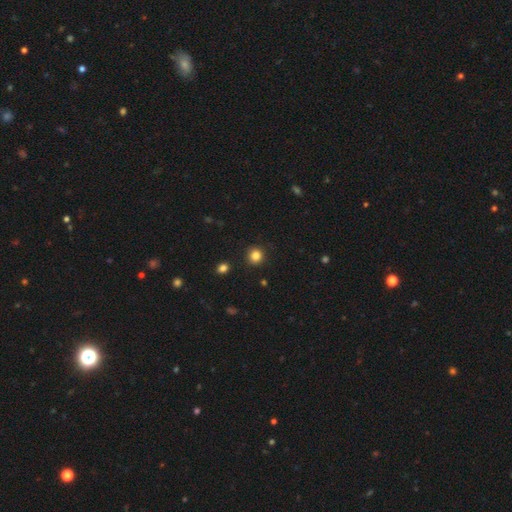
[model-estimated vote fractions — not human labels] Q: Smooth or featured?
A: smooth (83%); runner-up: star or artifact (12%)
Q: How rounded?
A: round (92%); runner-up: in between (8%)
Q: Merging?
A: none (91%); runner-up: minor disturbance (6%)